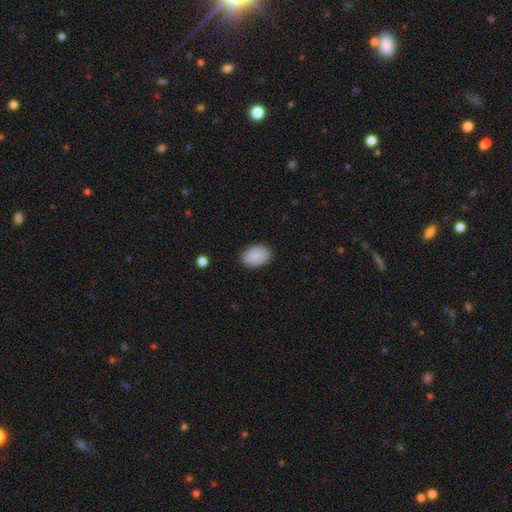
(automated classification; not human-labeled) smooth-or-featured: smooth: 88% | star or artifact: 7% | featured or disk: 5%
  how-rounded: in between: 87% | round: 12% | cigar-shaped: 1%
  merging: none: 81% | minor disturbance: 15% | major disturbance: 3% | merger: 1%